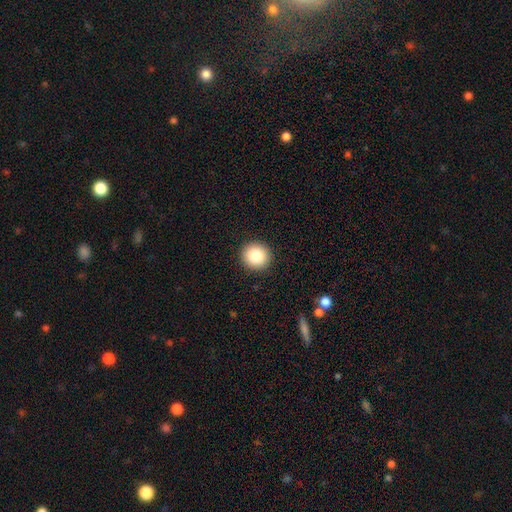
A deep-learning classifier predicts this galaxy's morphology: Overall: smooth (84%). How rounded: round (93%). Merging: none (93%).